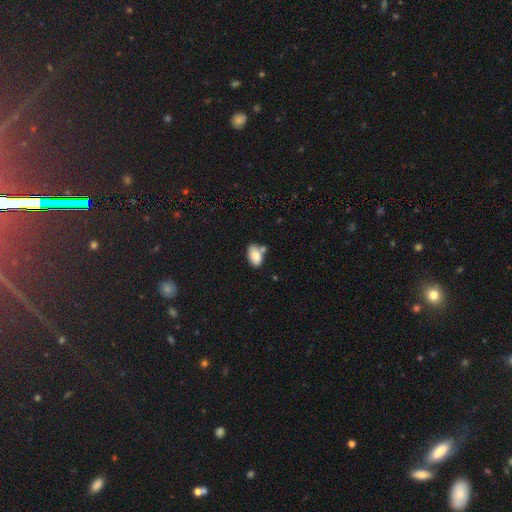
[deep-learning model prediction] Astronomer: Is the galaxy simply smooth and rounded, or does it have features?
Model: smooth — 84%.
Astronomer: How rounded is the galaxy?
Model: in between — 91%.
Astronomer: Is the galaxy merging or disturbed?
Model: none — 53%.